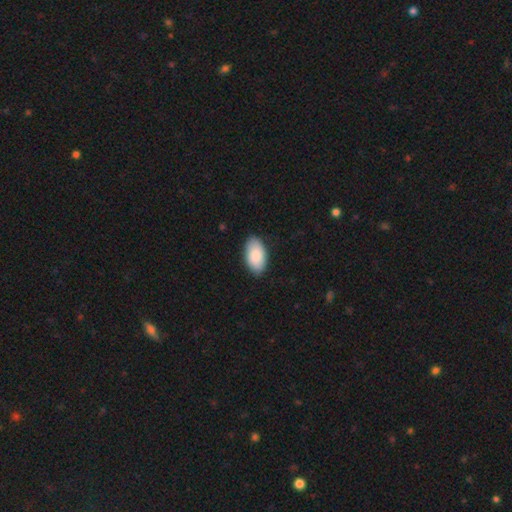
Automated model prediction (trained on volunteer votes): Morphology: type=smooth (88%); roundness=in between (95%); merging=none (85%).